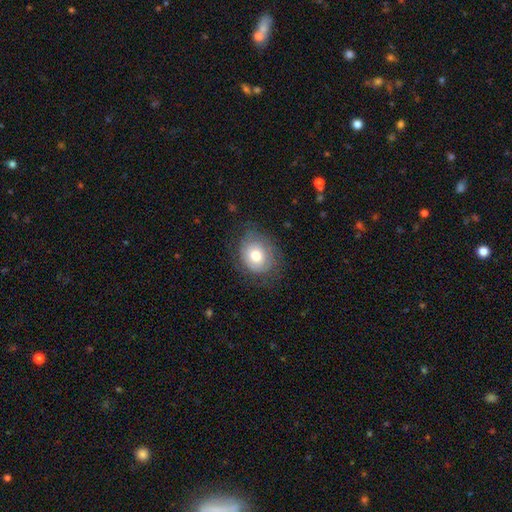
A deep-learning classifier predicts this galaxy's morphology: A smooth galaxy with no disk features (62%) that is round (58%). Merging: none (68%).